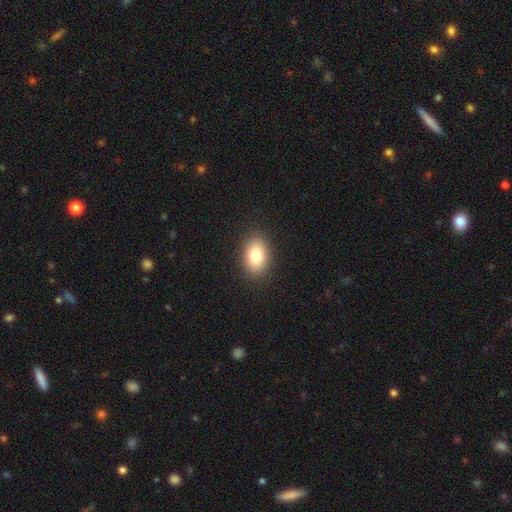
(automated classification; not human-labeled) Smooth or featured?
  - smooth: 82% *
  - featured or disk: 9%
  - star or artifact: 8%
How rounded?
  - in between: 85% *
  - round: 13%
  - cigar-shaped: 2%
Merging?
  - none: 89% *
  - minor disturbance: 8%
  - major disturbance: 2%
  - merger: 1%